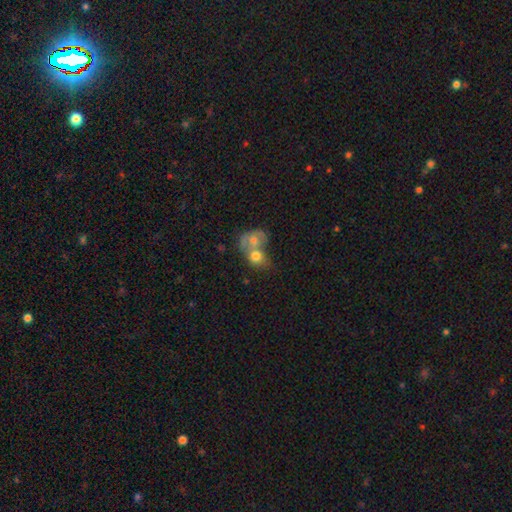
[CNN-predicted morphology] type=smooth (70%); roundness=round (55%); merging=merger (74%).